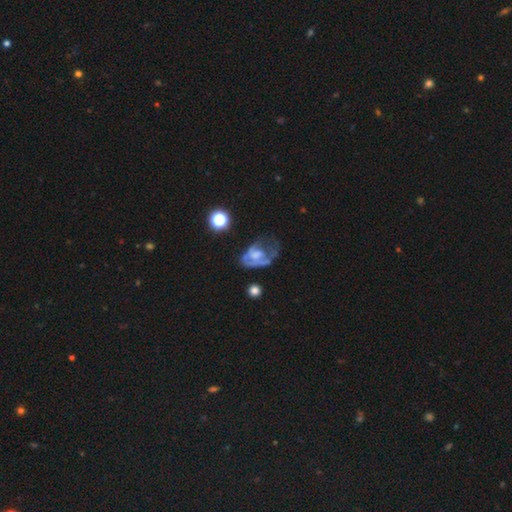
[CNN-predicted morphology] The model was most divided on "spiral arms": yes: 51%, no: 49%. Remaining: edge-on disk — no (96%); bar — no (73%); smooth or featured — featured or disk (62%); merging — major disturbance (44%); bulge size — moderate (34%).